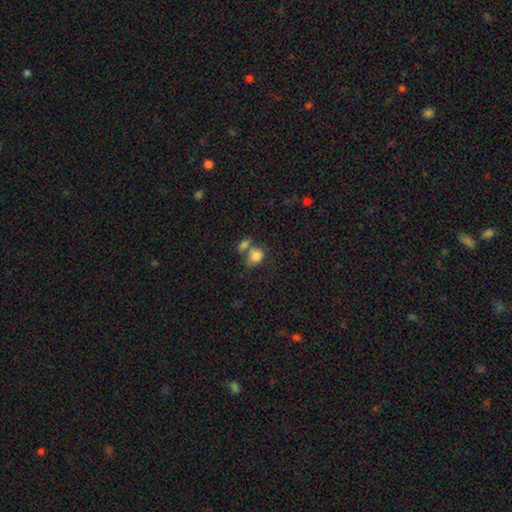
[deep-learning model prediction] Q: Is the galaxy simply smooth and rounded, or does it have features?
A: smooth — 81%.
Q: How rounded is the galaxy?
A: in between — 58%.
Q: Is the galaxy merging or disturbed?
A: merger — 45%.